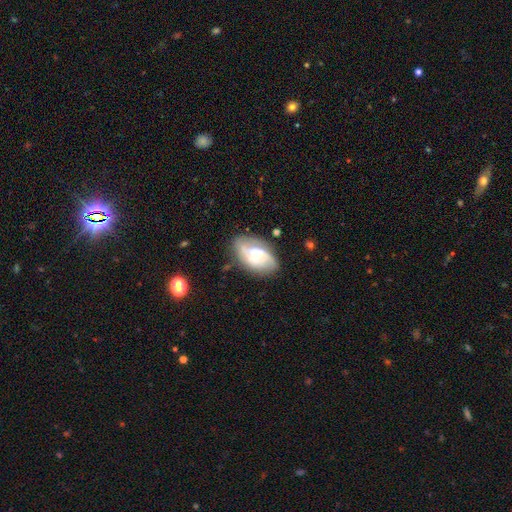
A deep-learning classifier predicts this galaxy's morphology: Smooth or featured? featured or disk (68%)
Edge-on disk? no (94%)
Bar? no (65%)
Spiral arms? yes (84%)
Spiral winding? medium (41%)
Spiral arm count? 2 (61%)
Bulge size? moderate (54%)
Merging? none (70%)